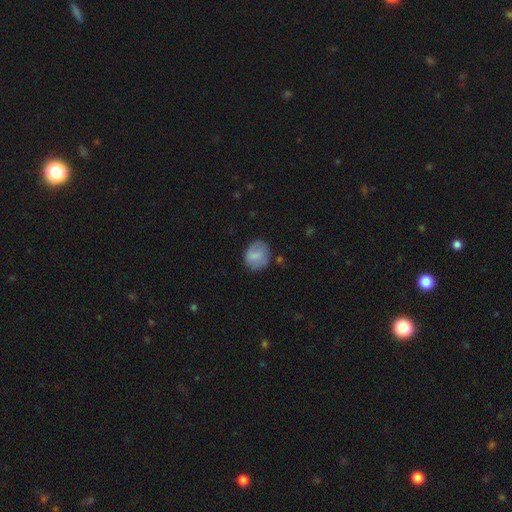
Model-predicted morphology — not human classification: Smooth or featured? smooth (70%)
How rounded? round (61%)
Merging? none (69%)